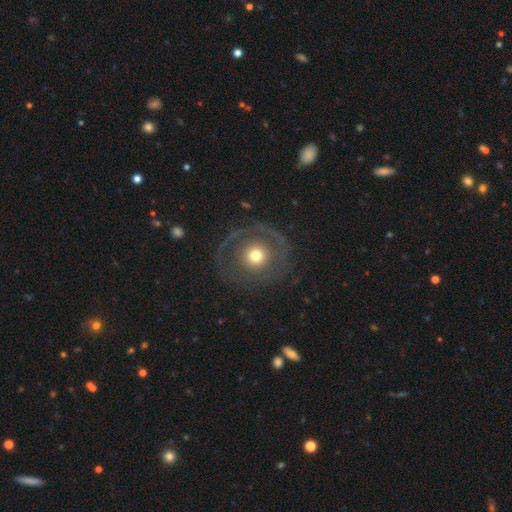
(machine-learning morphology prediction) Smooth or featured: featured or disk — 48% (smooth — 44%)
Merging: none — 76% (major disturbance — 12%)